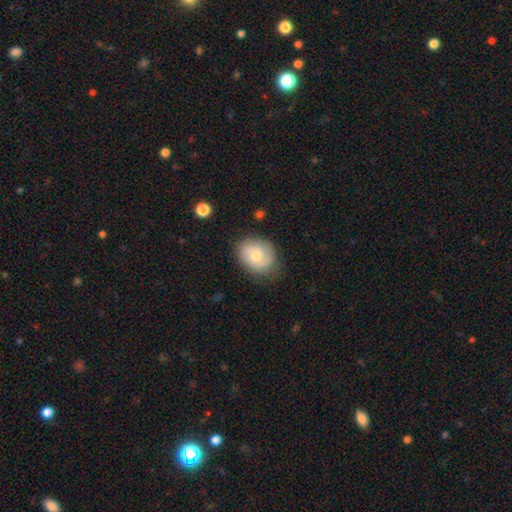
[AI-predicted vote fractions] The model was most divided on "how rounded": round: 51%, in between: 48%, cigar-shaped: 1%. More confident: merging — none (75%); smooth or featured — smooth (52%).